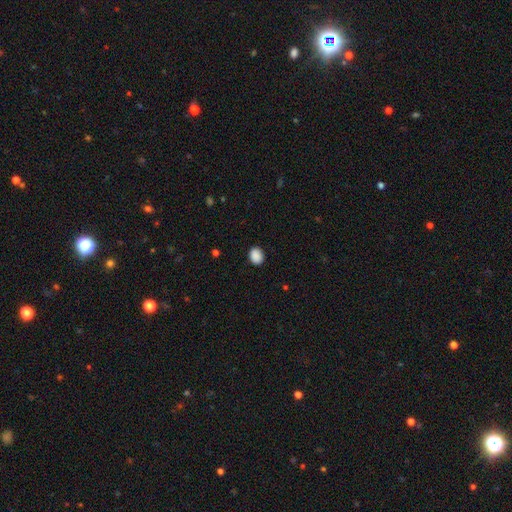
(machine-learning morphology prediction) Smooth or featured? smooth (89%)
How rounded? in between (54%)
Merging? none (88%)